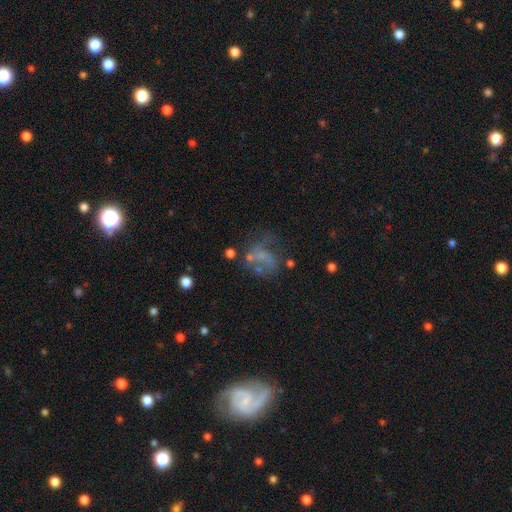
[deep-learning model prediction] A featured or disk galaxy (47%). Merging: none (36%).